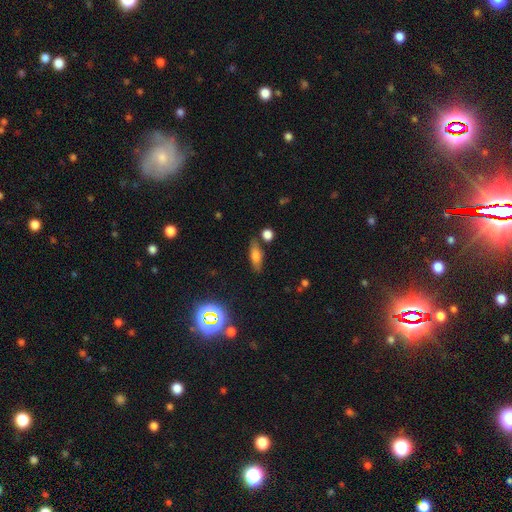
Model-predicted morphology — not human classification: Smooth or featured? Predicted: smooth (p=0.63). How rounded? Predicted: in between (p=0.60). Merging? Predicted: none (p=0.77).